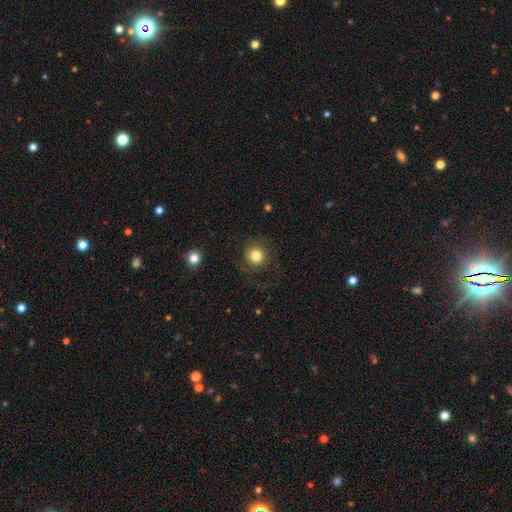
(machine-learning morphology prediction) smooth_or_featured: smooth (p=0.81) [alt: star or artifact p=0.11]
how_rounded: round (p=0.94) [alt: in between p=0.05]
merging: none (p=0.82) [alt: minor disturbance p=0.10]